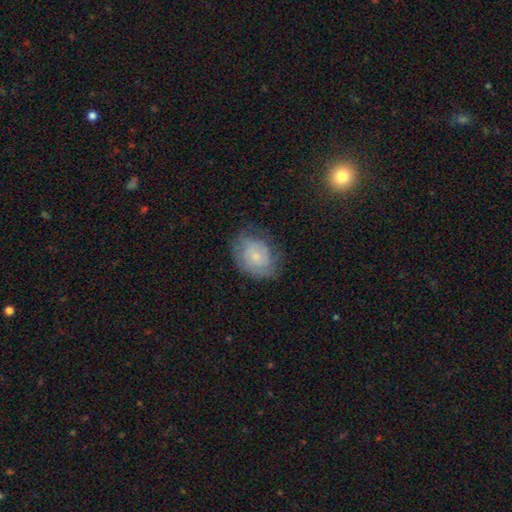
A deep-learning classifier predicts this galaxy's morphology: Smooth or featured: featured or disk — 47% (smooth — 45%)
Merging: none — 63% (minor disturbance — 25%)